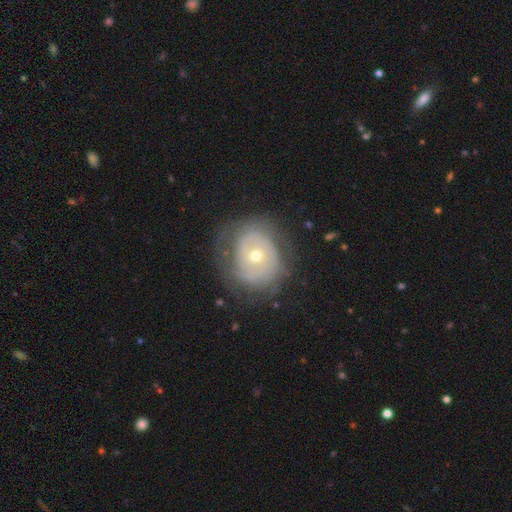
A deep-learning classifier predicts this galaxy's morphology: Overall: featured or disk (67%). Edge-on disk: no (96%). Bar: no (80%). Spiral arms: yes (66%; no 34%). Bulge size: small (52%; moderate 45%). Merging: none (64%).